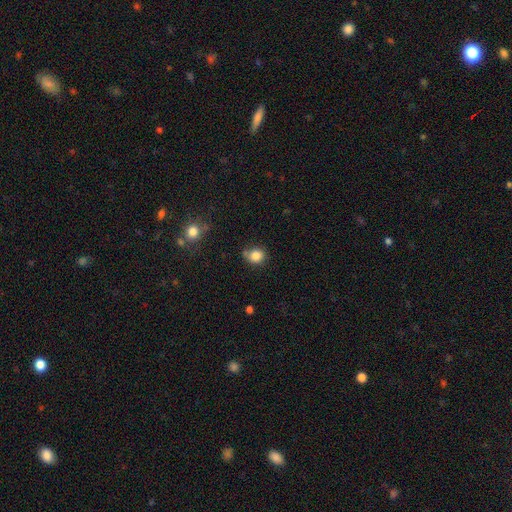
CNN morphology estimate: This is clearly a smooth galaxy (83%). How rounded: likely round (77%). Merging: likely none (67%).